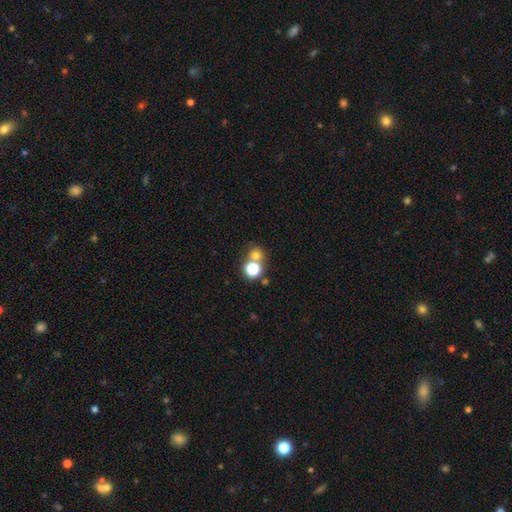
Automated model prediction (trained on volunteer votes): Q: Smooth or featured?
A: smooth (71%); runner-up: star or artifact (19%)
Q: How rounded?
A: round (86%); runner-up: in between (13%)
Q: Merging?
A: none (49%); runner-up: merger (41%)